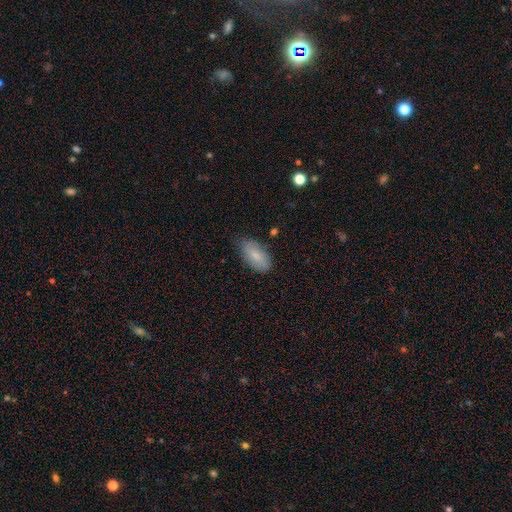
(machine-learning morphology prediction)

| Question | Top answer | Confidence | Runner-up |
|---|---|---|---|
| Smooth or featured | smooth | 81% | featured or disk (13%) |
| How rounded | in between | 93% | cigar-shaped (4%) |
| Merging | none | 73% | minor disturbance (22%) |